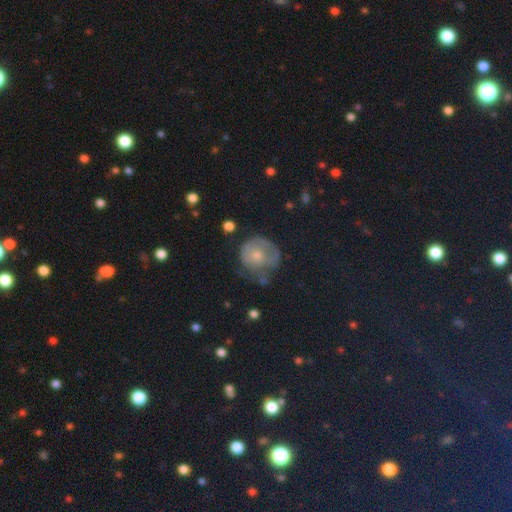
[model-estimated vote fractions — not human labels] The model was most divided on "smooth or featured": smooth: 40%, featured or disk: 37%, star or artifact: 23%. More confident: merging — none (56%).